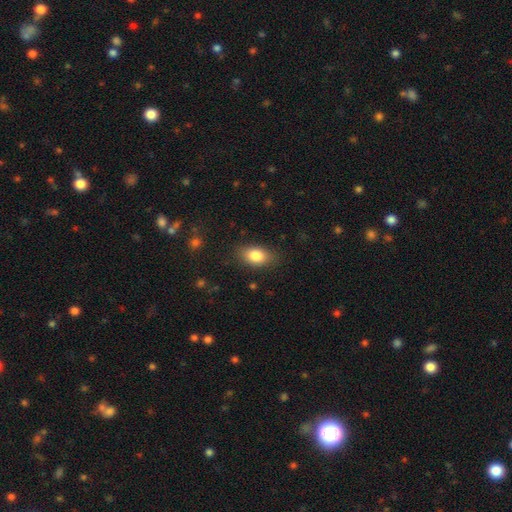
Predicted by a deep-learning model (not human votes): This appears to be a smooth galaxy with no disk features (84%) that is in between round and cigar-shaped (85%). Merging: none (83%).